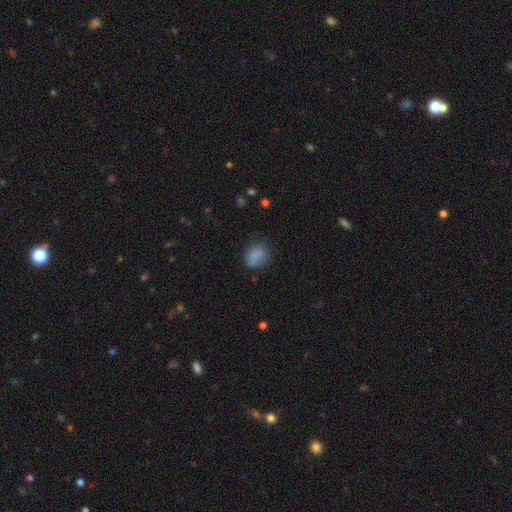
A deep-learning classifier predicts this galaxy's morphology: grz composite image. It shows a smooth galaxy with no disk features (81%) that is in between round and cigar-shaped (51%). Merging: none (68%).